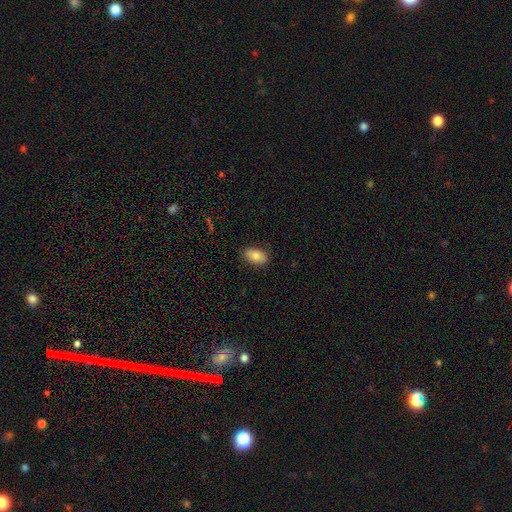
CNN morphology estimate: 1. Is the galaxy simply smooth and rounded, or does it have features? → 82% smooth, 10% featured or disk, 7% star or artifact.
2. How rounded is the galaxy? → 91% in between, 6% round, 2% cigar-shaped.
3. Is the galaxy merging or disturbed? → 83% none, 13% minor disturbance, 3% major disturbance, 1% merger.